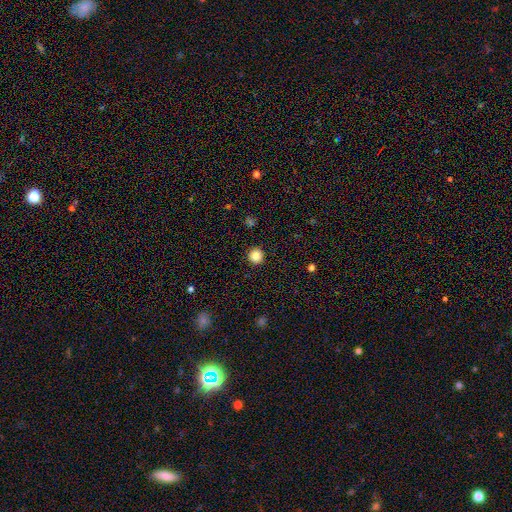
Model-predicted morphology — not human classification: Smooth or featured? Predicted: smooth (p=0.85). How rounded? Predicted: round (p=0.96). Merging? Predicted: none (p=0.93).